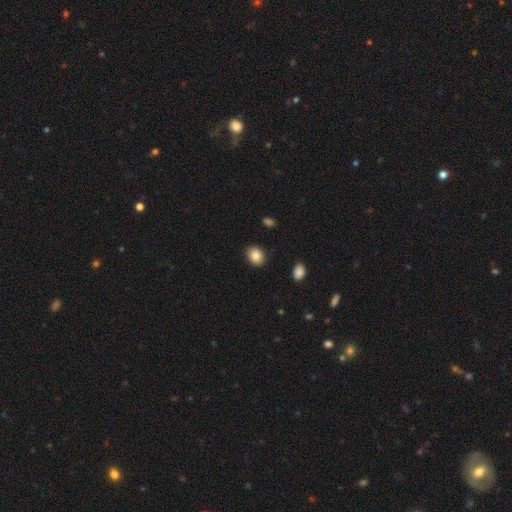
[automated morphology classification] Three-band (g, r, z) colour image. It shows a smooth galaxy with no disk features (85%) that is in between round and cigar-shaped (59%). Merging: none (87%).